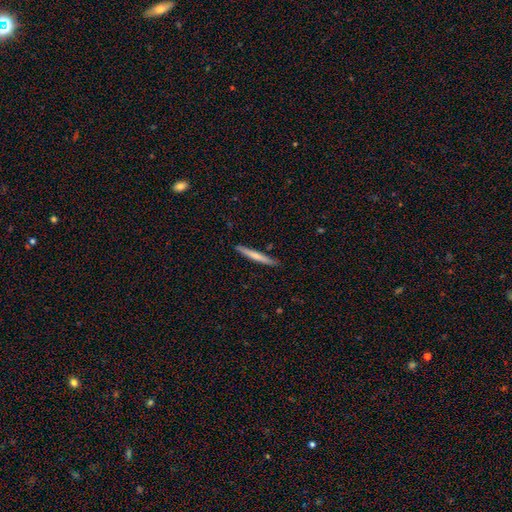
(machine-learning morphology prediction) A smooth galaxy with no disk features (67%) that is cigar-shaped (96%).

Vote fractions:
- Smooth or featured? smooth: 67% / featured or disk: 27% / star or artifact: 5%
- How rounded? cigar-shaped: 96% / in between: 3% / round: 1%
- Merging? none: 88% / minor disturbance: 9% / major disturbance: 2% / merger: 1%